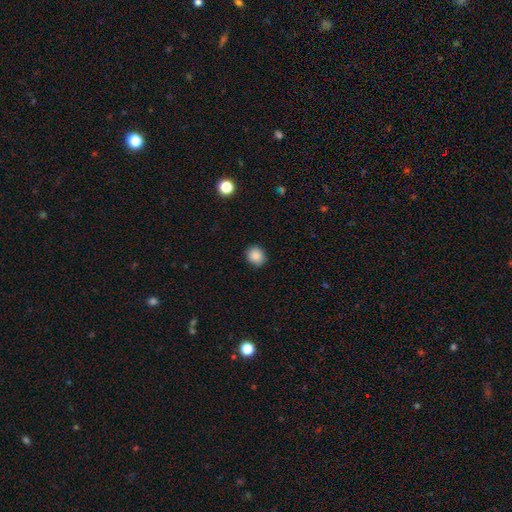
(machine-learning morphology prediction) A smooth galaxy with no disk features (88%) that is round (76%).

Vote fractions:
- Smooth or featured? smooth: 88% / star or artifact: 9% / featured or disk: 3%
- How rounded? round: 76% / in between: 23% / cigar-shaped: 1%
- Merging? none: 88% / minor disturbance: 8% / major disturbance: 2% / merger: 1%